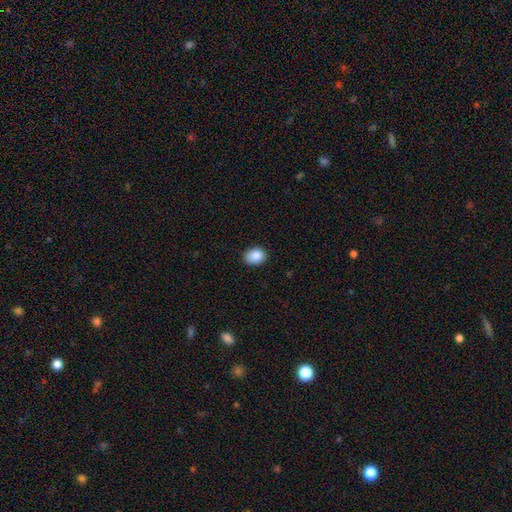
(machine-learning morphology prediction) smooth_or_featured: smooth (p=0.88) [alt: star or artifact p=0.08]
how_rounded: in between (p=0.61) [alt: round p=0.38]
merging: none (p=0.83) [alt: minor disturbance p=0.13]